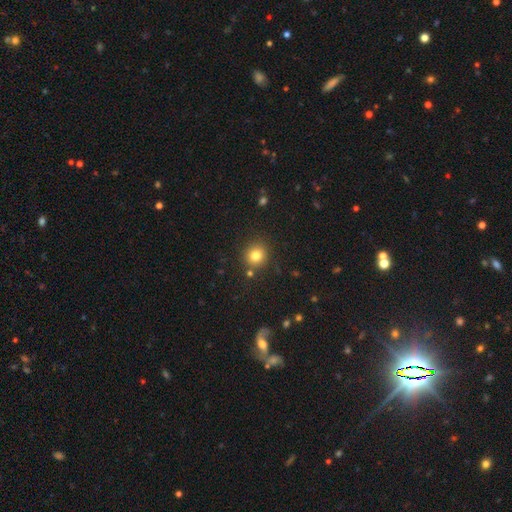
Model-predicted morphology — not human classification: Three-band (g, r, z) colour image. It shows a smooth galaxy with no disk features (80%) that is round (88%). Merging: none (85%).